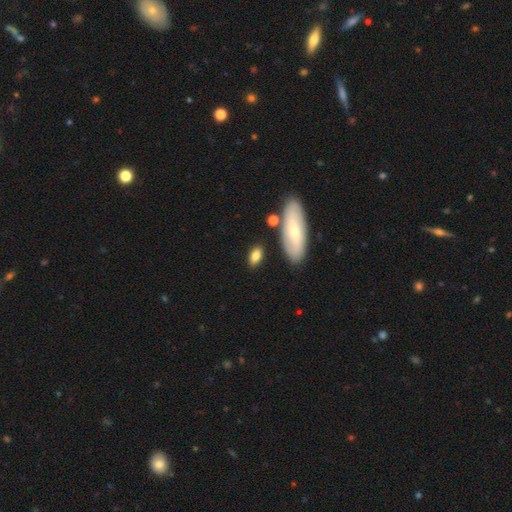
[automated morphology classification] Q: Smooth or featured?
A: smooth (80%); runner-up: featured or disk (13%)
Q: How rounded?
A: in between (83%); runner-up: cigar-shaped (11%)
Q: Merging?
A: none (79%); runner-up: minor disturbance (12%)